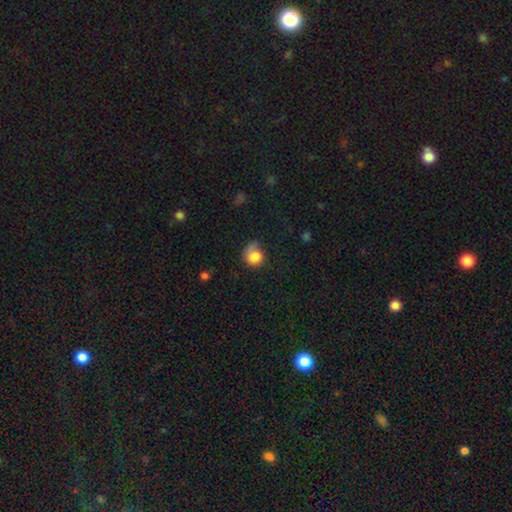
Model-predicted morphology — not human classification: smooth_or_featured: smooth (p=0.76) [alt: featured or disk p=0.15]
how_rounded: round (p=0.56) [alt: in between p=0.43]
merging: none (p=0.36) [alt: minor disturbance p=0.31]